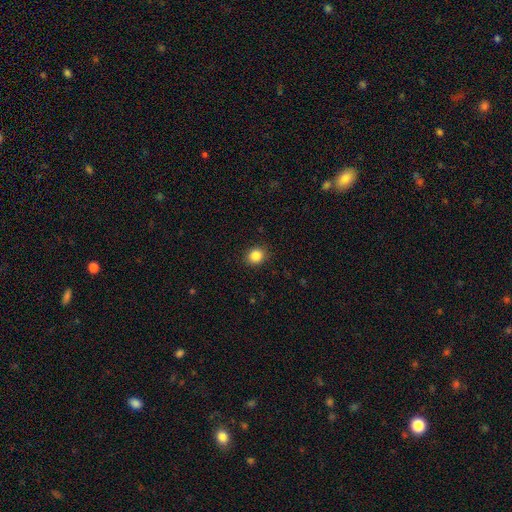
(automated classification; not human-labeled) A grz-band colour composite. It shows a smooth galaxy with no disk features (86%) that is round (78%). Merging: none (90%).